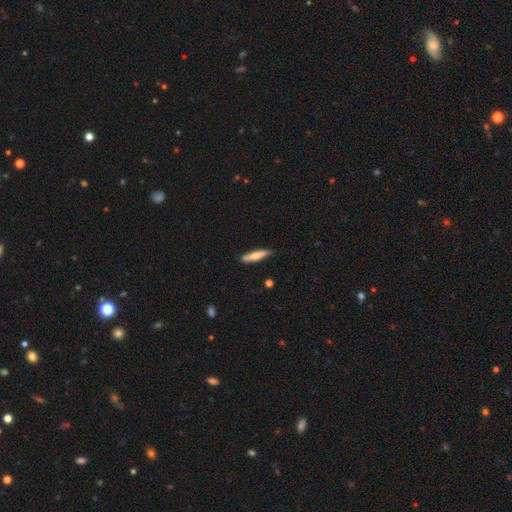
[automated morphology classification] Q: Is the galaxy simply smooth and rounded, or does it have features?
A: smooth — 66%.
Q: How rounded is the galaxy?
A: cigar-shaped — 82%.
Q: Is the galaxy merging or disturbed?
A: none — 84%.